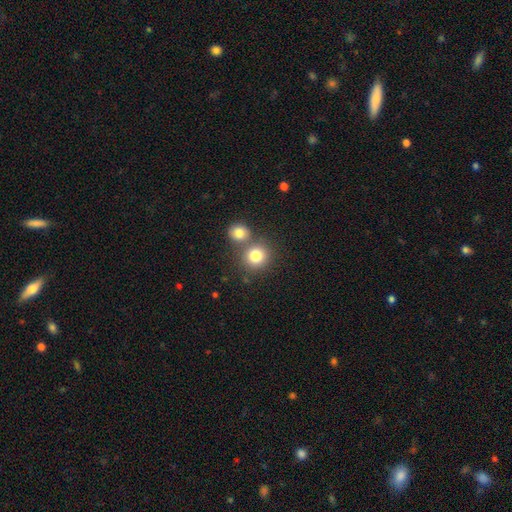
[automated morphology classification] Smooth or featured? Predicted: smooth (p=0.80). How rounded? Predicted: round (p=0.88). Merging? Predicted: none (p=0.61).